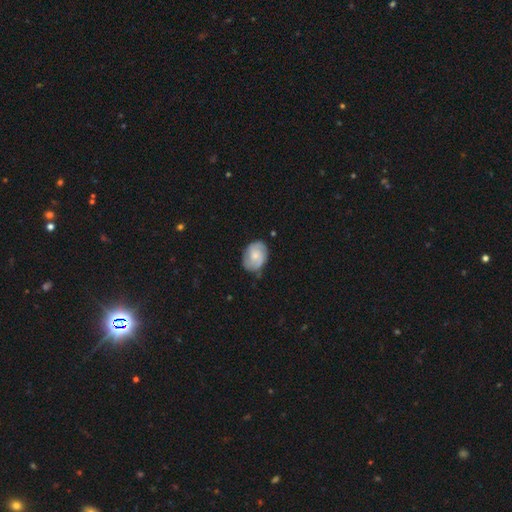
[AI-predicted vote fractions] Smooth or featured? Predicted: featured or disk (p=0.58). Edge-on disk? Predicted: no (p=0.97). Bar? Predicted: no (p=0.70). Spiral arms? Predicted: yes (p=0.86). Bulge size? Predicted: moderate (p=0.49). Merging? Predicted: none (p=0.69).